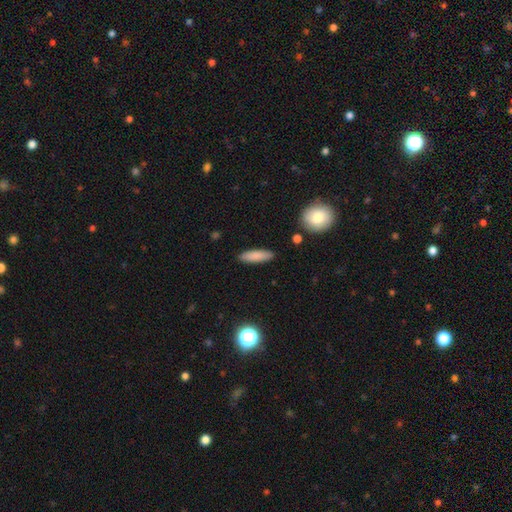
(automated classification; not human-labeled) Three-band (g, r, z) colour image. It shows a smooth galaxy with no disk features (84%) that is cigar-shaped (56%). Merging: none (89%).